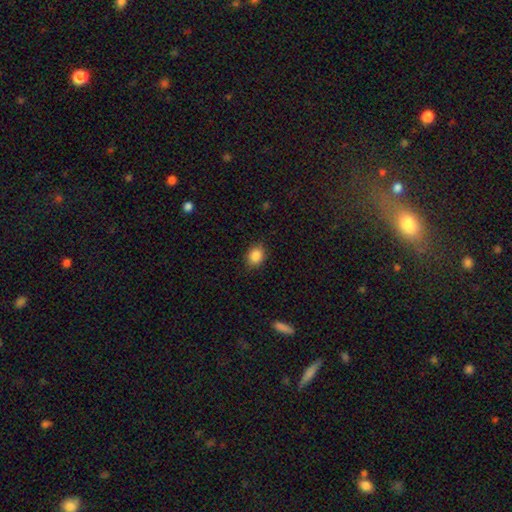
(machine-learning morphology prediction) This is clearly a smooth galaxy (87%). How rounded: possibly round (50%). Merging: clearly none (85%).